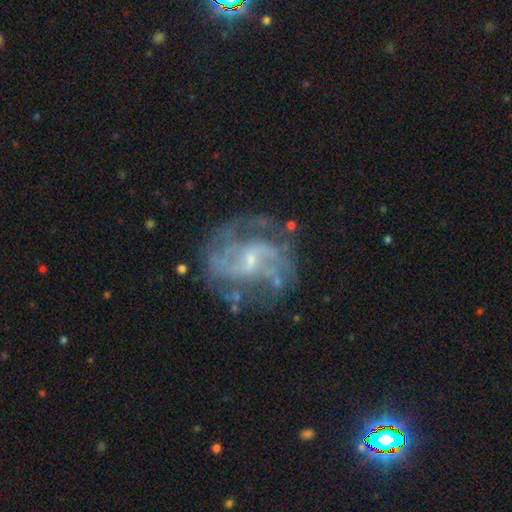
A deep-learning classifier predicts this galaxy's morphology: A featured or disk galaxy (83%) with a weak bar (53%), 2 (47%) medium (47%) spiral arms (91%) and a small central bulge (64%).

Vote fractions:
- Smooth or featured? featured or disk: 83% / star or artifact: 10% / smooth: 7%
- Edge-on disk? no: 98% / yes: 2%
- Bar? weak: 53% / no: 31% / strong: 16%
- Spiral arms? yes: 91% / no: 9%
- Spiral winding? medium: 47% / loose: 28% / tight: 25%
- Spiral arm count? 2: 47% / can't tell: 24% / 3: 13% / 4: 6% / 1: 5% / more than 4: 5%
- Bulge size? small: 64% / moderate: 23% / none: 11% / large: 1% / dominant: 1%
- Merging? none: 67% / minor disturbance: 17% / major disturbance: 14% / merger: 3%